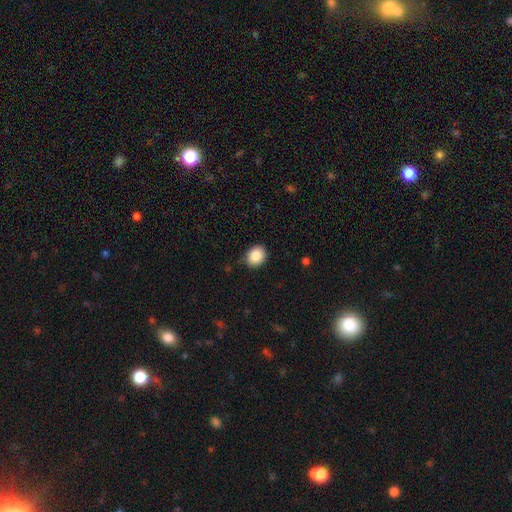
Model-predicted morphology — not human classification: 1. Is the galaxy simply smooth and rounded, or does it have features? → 87% smooth, 8% star or artifact, 5% featured or disk.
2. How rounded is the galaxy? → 52% round, 47% in between, 1% cigar-shaped.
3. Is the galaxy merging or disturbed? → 84% none, 13% minor disturbance, 2% major disturbance, 1% merger.